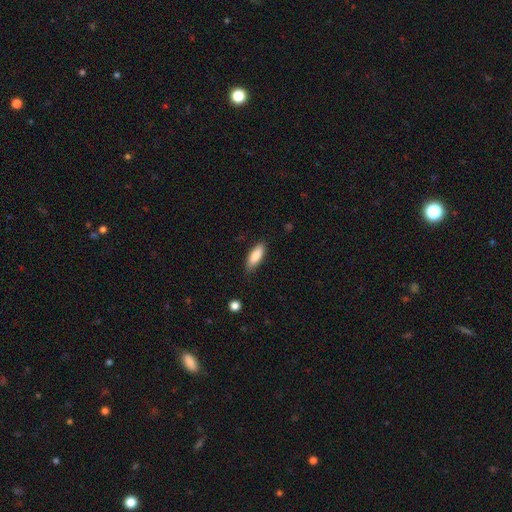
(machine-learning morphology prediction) A smooth galaxy with no disk features (83%) that is in between round and cigar-shaped (65%).

Vote fractions:
- Smooth or featured? smooth: 83% / featured or disk: 11% / star or artifact: 6%
- How rounded? in between: 65% / cigar-shaped: 33% / round: 2%
- Merging? none: 80% / minor disturbance: 16% / major disturbance: 3% / merger: 1%